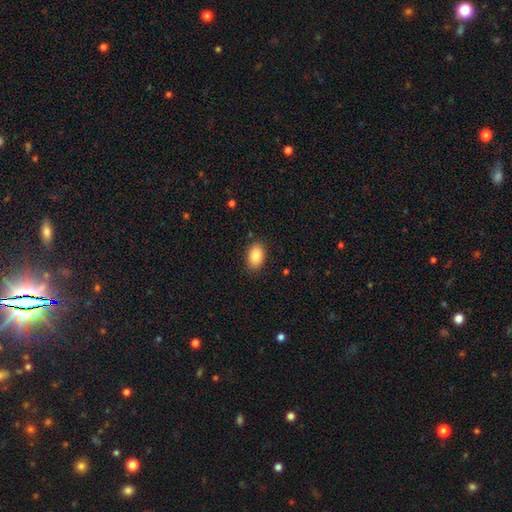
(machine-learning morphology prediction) Smooth or featured: smooth — 88% (star or artifact — 7%)
How rounded: in between — 90% (round — 9%)
Merging: none — 87% (minor disturbance — 9%)